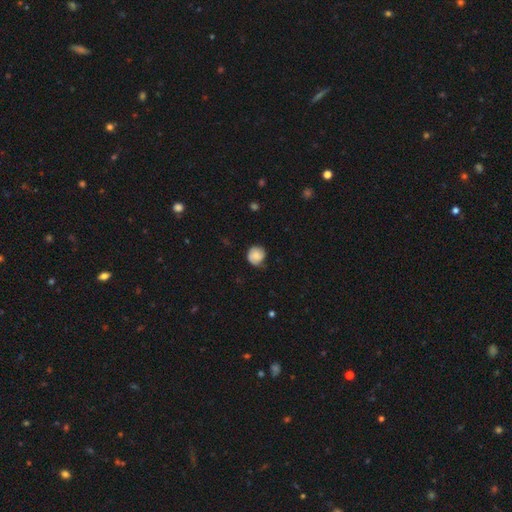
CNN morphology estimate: Overall: smooth (70%). How rounded: round (86%). Merging: none (66%; minor disturbance 27%).